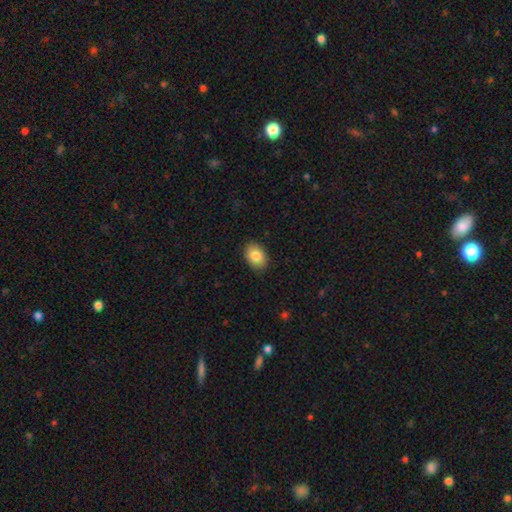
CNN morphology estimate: smooth_or_featured: smooth (p=0.85) [alt: featured or disk p=0.08]
how_rounded: in between (p=0.81) [alt: round p=0.18]
merging: none (p=0.86) [alt: minor disturbance p=0.11]